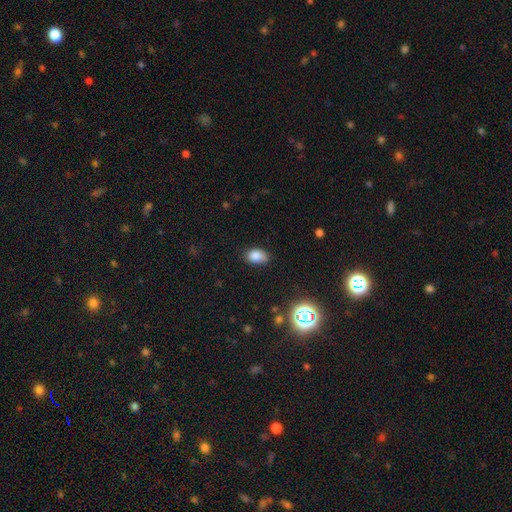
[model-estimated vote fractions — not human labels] This appears to be a smooth galaxy with no disk features (83%) that is in between round and cigar-shaped (84%). Merging: none (73%).